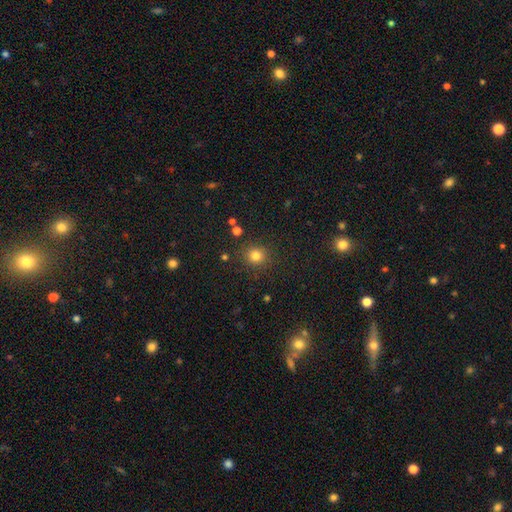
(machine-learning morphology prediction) smooth 81%, star or artifact 14%, featured or disk 5%. Down the decision tree: how rounded — round (88%); merging — none (87%).